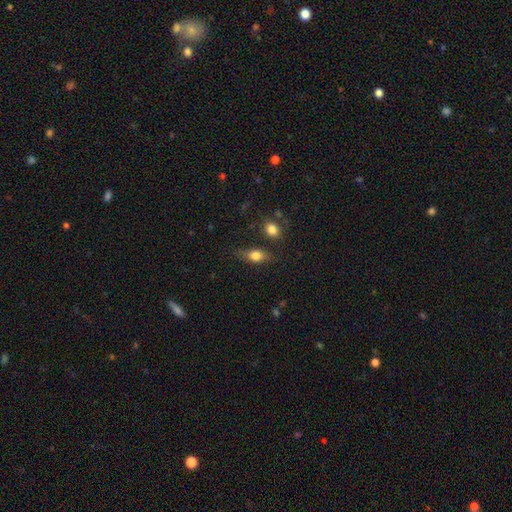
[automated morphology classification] This is likely a smooth galaxy (71%). How rounded: likely in between (72%). Merging: likely none (71%).